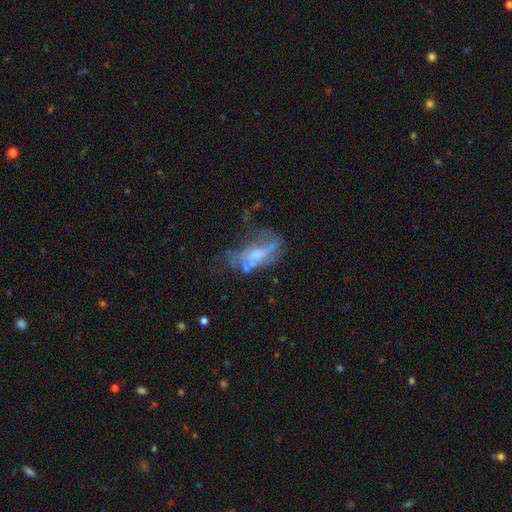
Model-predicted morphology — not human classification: Q: Smooth or featured?
A: featured or disk (59%); runner-up: smooth (30%)
Q: Edge-on disk?
A: no (91%); runner-up: yes (9%)
Q: Bar?
A: no (64%); runner-up: weak (29%)
Q: Spiral arms?
A: yes (52%); runner-up: no (48%)
Q: Bulge size?
A: small (33%); runner-up: moderate (30%)
Q: Merging?
A: none (36%); runner-up: major disturbance (33%)